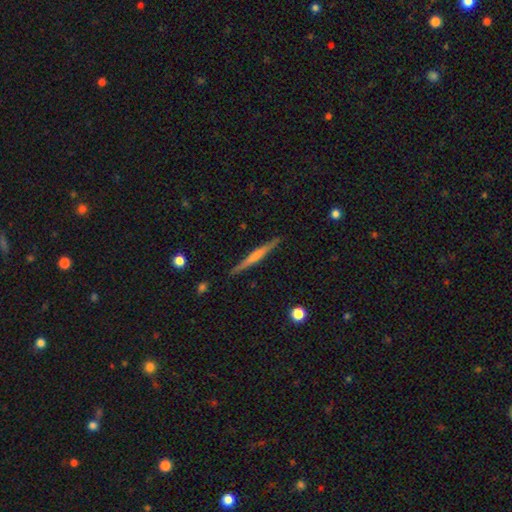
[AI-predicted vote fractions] featured or disk 53%, smooth 41%, star or artifact 6%. Down the decision tree: edge-on disk — yes (97%); edge-on bulge — none (54%); merging — none (90%).